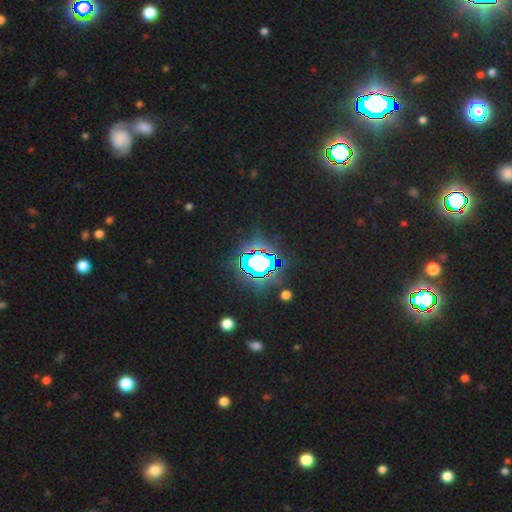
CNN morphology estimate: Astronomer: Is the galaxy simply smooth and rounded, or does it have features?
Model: star or artifact — 74%.